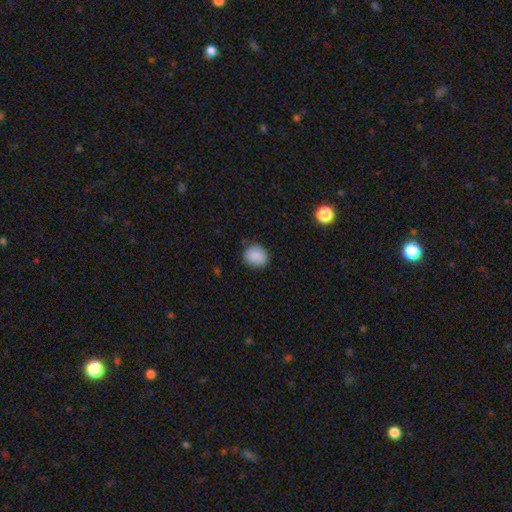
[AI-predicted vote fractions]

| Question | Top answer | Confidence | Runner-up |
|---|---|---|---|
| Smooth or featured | smooth | 88% | star or artifact (8%) |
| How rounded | round | 72% | in between (27%) |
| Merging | none | 85% | minor disturbance (11%) |